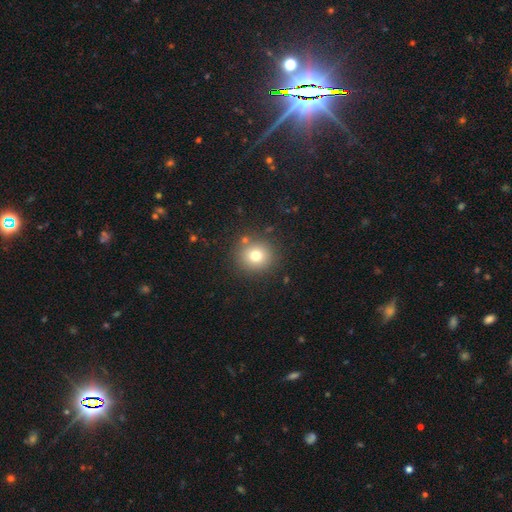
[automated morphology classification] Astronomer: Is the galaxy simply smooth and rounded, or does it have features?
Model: smooth — 76%.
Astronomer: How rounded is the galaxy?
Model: round — 91%.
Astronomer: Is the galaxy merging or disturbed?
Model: none — 85%.